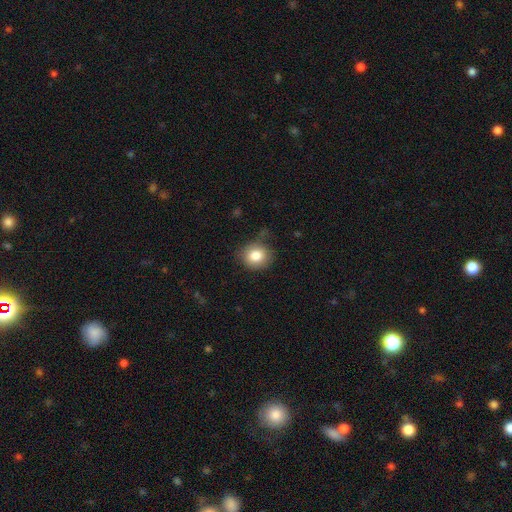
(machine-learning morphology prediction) smooth_or_featured: smooth (p=0.83) [alt: star or artifact p=0.09]
how_rounded: round (p=0.74) [alt: in between p=0.25]
merging: none (p=0.76) [alt: minor disturbance p=0.18]